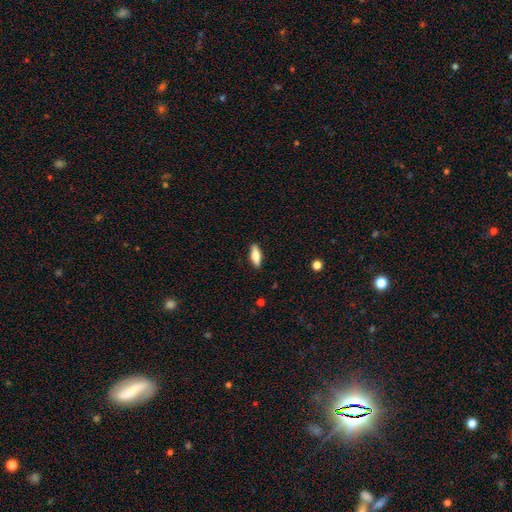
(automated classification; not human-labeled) Smooth or featured? Predicted: smooth (p=0.71). How rounded? Predicted: in between (p=0.60). Merging? Predicted: none (p=0.88).